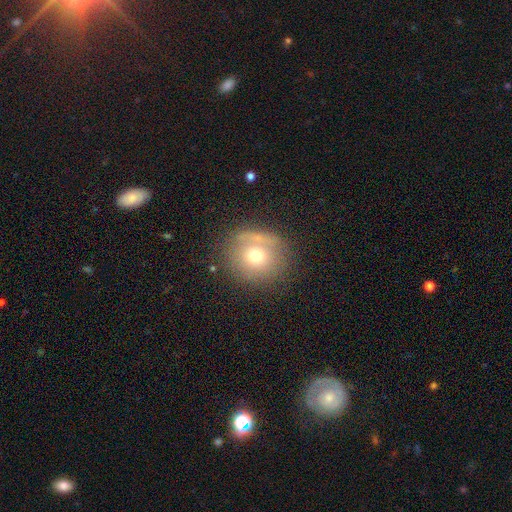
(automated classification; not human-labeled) smooth 66%, featured or disk 21%, star or artifact 13%. Down the decision tree: how rounded — round (87%); merging — none (69%).